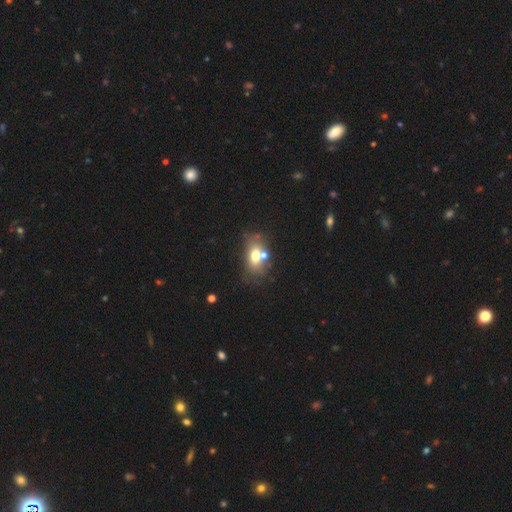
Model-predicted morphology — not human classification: Smooth or featured: smooth — 66% (featured or disk — 22%)
How rounded: in between — 78% (round — 19%)
Merging: none — 51% (merger — 29%)